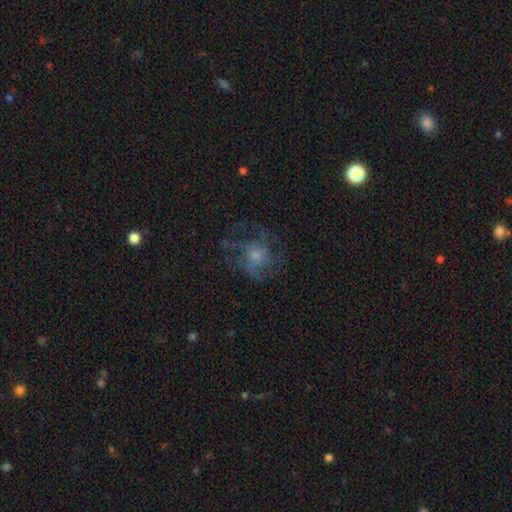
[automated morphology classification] type=featured or disk (64%); edge-on=no (97%); bar=no (80%); spiral arms=yes (82%); winding=medium (47%); arm count=can't tell (30%); bulge=small (50%); merging=none (61%).